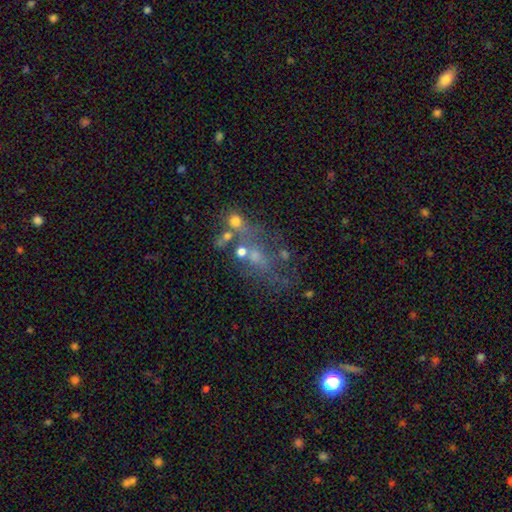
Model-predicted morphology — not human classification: featured or disk 44%, smooth 30%, star or artifact 26%. Down the decision tree: merging — none (40%).